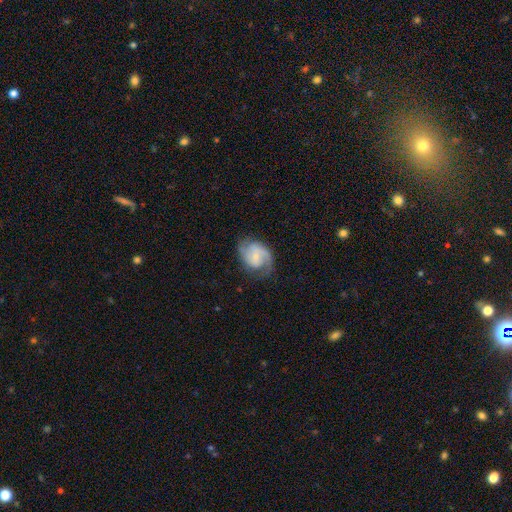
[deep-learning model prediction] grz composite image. It shows a featured or disk galaxy (74%) with a weak bar (46%), 2 (75%) medium (49%) spiral arms (94%) and a small central bulge (62%). Merging: none (68%).